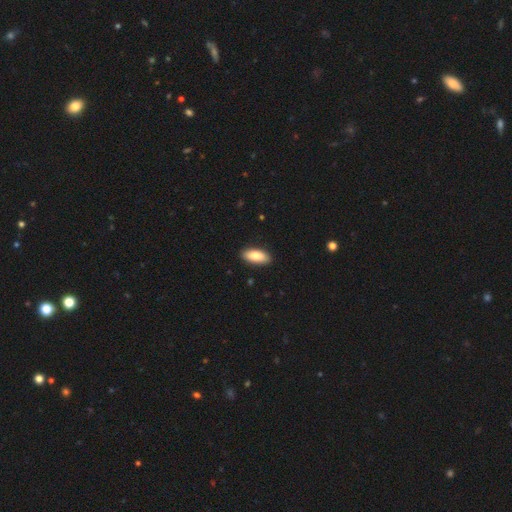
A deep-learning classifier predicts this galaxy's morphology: Smooth or featured?
  - smooth: 84% *
  - featured or disk: 10%
  - star or artifact: 6%
How rounded?
  - in between: 83% *
  - cigar-shaped: 15%
  - round: 2%
Merging?
  - none: 90% *
  - minor disturbance: 8%
  - major disturbance: 2%
  - merger: 1%